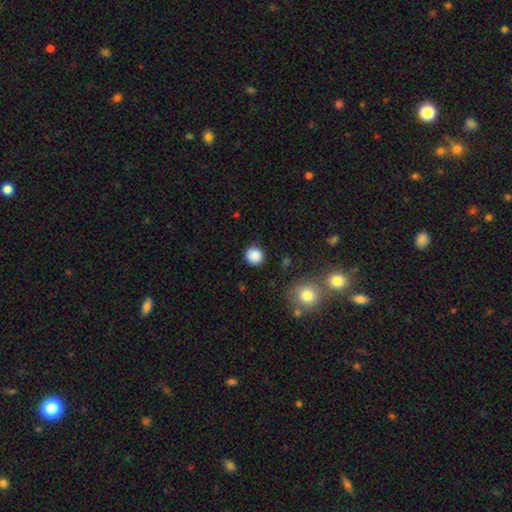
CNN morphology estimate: A smooth galaxy with no disk features (86%) that is round (91%). Merging: none (86%).